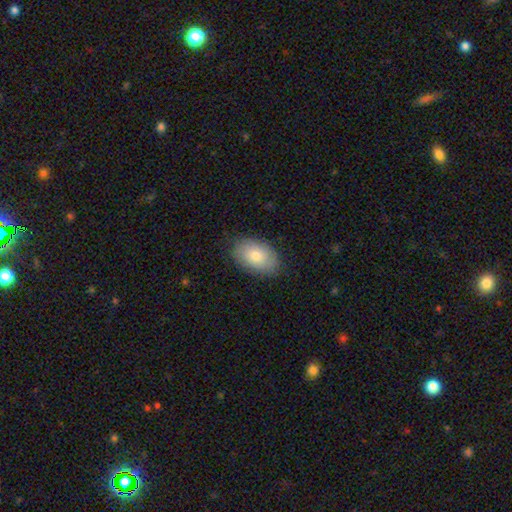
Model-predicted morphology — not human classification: smooth 76%, featured or disk 17%, star or artifact 7%. Down the decision tree: how rounded — in between (89%); merging — none (83%).